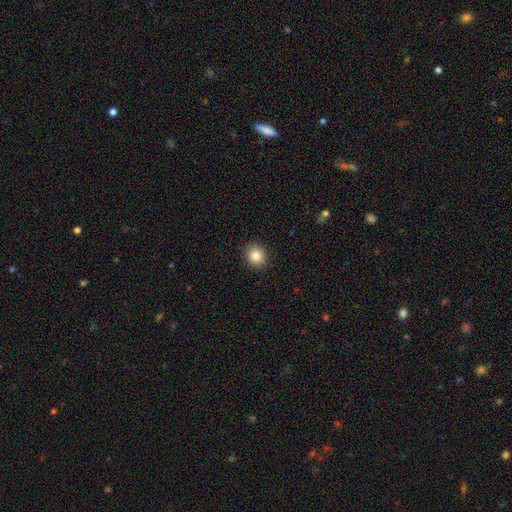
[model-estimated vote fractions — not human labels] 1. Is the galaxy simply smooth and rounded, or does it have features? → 86% smooth, 10% star or artifact, 4% featured or disk.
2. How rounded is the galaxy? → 83% round, 16% in between, 1% cigar-shaped.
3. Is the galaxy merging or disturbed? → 91% none, 6% minor disturbance, 2% major disturbance, 1% merger.